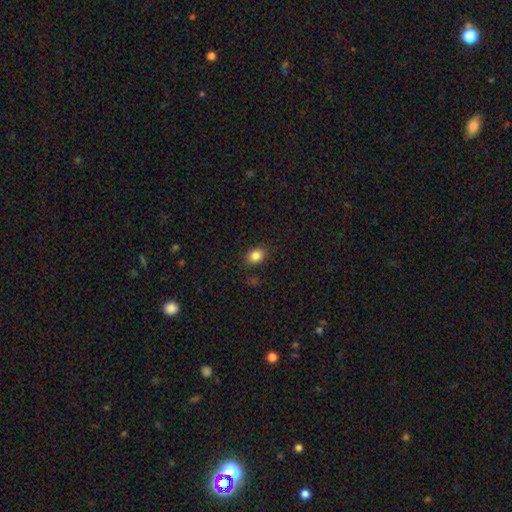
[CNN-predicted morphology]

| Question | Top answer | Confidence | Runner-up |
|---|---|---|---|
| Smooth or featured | smooth | 84% | star or artifact (10%) |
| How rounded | in between | 54% | round (45%) |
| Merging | none | 86% | minor disturbance (10%) |